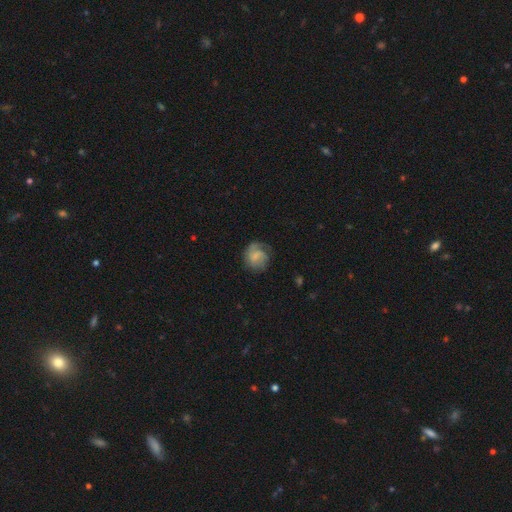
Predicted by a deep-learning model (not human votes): smooth-or-featured: featured or disk: 49% | smooth: 43% | star or artifact: 8%
  merging: none: 61% | minor disturbance: 22% | major disturbance: 16% | merger: 2%